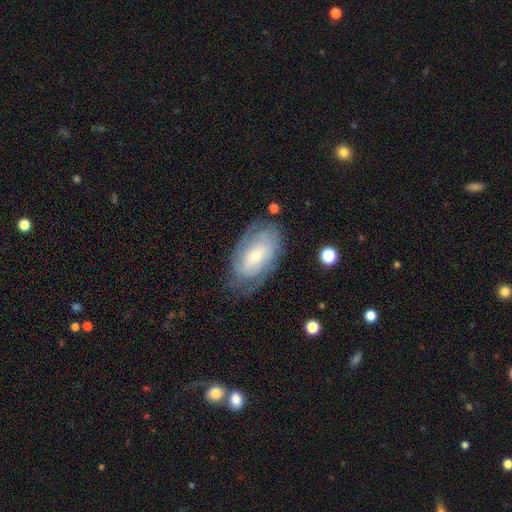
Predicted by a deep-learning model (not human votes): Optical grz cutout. It shows a featured or disk galaxy (70%) with no bar (60%), tight (62%) spiral arms (88%) and a small central bulge (57%). Merging: none (70%).